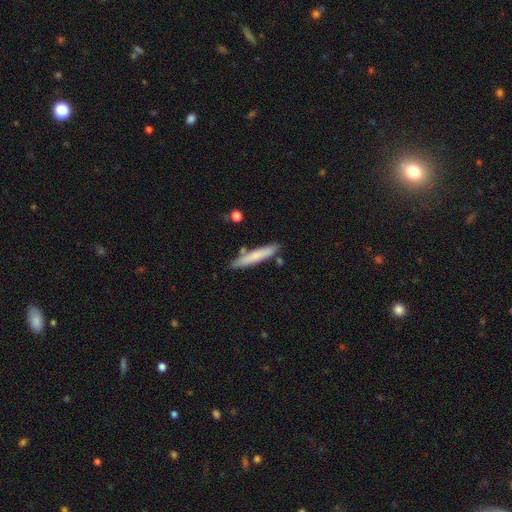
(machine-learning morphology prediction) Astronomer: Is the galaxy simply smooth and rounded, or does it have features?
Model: smooth — 71%.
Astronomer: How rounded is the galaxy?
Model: cigar-shaped — 92%.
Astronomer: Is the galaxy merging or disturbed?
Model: none — 81%.